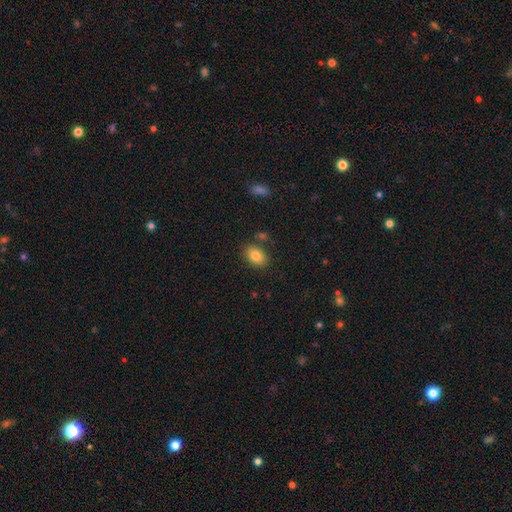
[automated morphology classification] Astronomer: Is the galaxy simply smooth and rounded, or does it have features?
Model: smooth — 83%.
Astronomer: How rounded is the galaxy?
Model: in between — 83%.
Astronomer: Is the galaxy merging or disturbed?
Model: none — 79%.